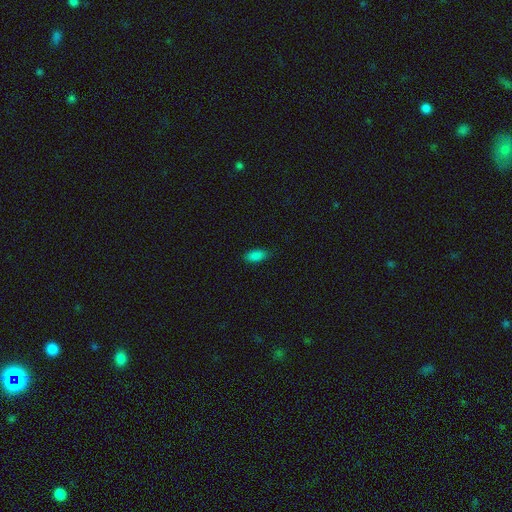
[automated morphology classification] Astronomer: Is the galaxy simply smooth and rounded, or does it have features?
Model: smooth — 86%.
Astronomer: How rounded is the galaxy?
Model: in between — 88%.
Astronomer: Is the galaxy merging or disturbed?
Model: none — 82%.